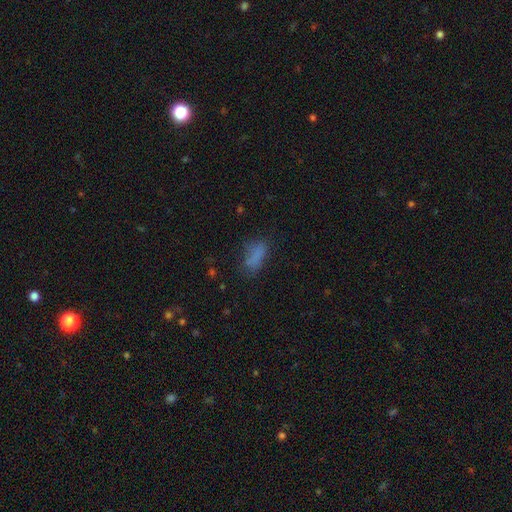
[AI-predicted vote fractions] This appears to be a smooth galaxy with no disk features (76%) that is in between round and cigar-shaped (78%). Merging: none (59%).